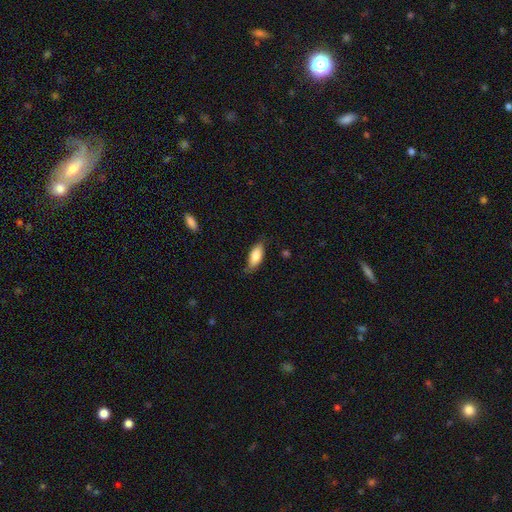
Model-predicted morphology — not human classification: A smooth galaxy with no disk features (81%) that is in between round and cigar-shaped (82%).

Vote fractions:
- Smooth or featured? smooth: 81% / featured or disk: 13% / star or artifact: 6%
- How rounded? in between: 82% / cigar-shaped: 16% / round: 2%
- Merging? none: 73% / minor disturbance: 22% / major disturbance: 4% / merger: 1%